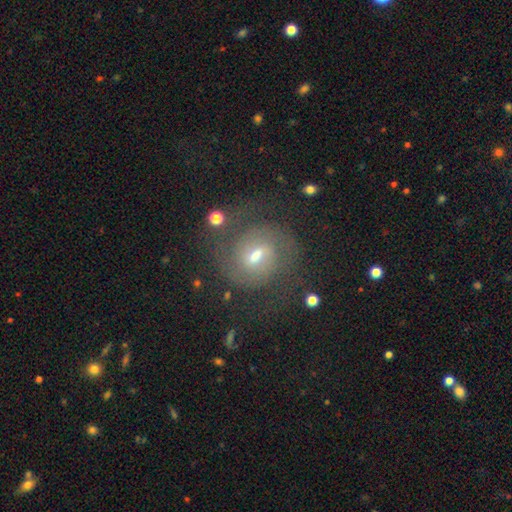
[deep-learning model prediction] Smooth or featured? Predicted: featured or disk (p=0.78). Edge-on disk? Predicted: no (p=0.97). Bar? Predicted: weak (p=0.64). Spiral arms? Predicted: yes (p=0.92). Spiral winding? Predicted: tight (p=0.47). Spiral arm count? Predicted: 2 (p=0.67). Bulge size? Predicted: moderate (p=0.52). Merging? Predicted: none (p=0.68).